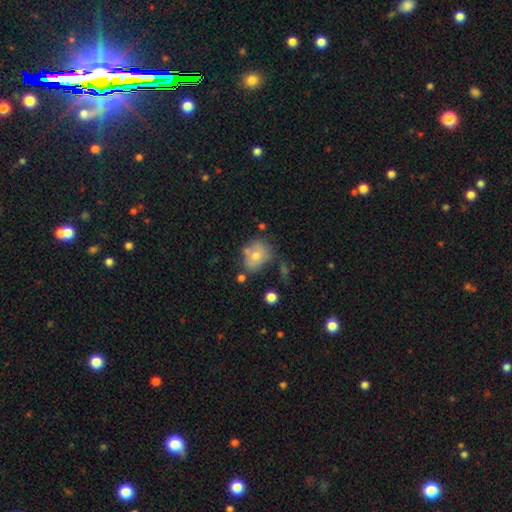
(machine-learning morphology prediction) Q: Smooth or featured?
A: smooth (64%); runner-up: featured or disk (25%)
Q: How rounded?
A: round (52%); runner-up: in between (47%)
Q: Merging?
A: none (57%); runner-up: minor disturbance (22%)